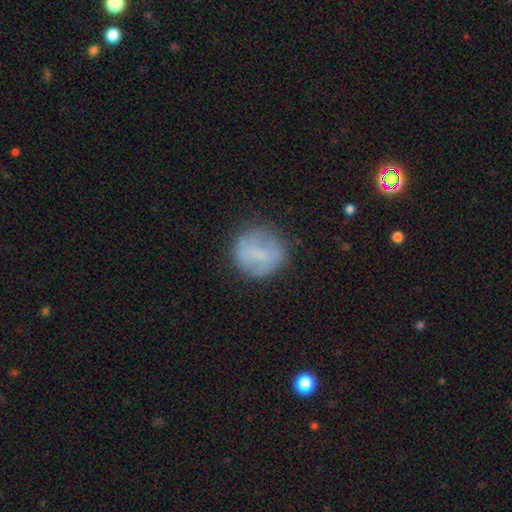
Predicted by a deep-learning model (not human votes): A smooth galaxy with no disk features (60%) that is round (86%).

Vote fractions:
- Smooth or featured? smooth: 60% / featured or disk: 30% / star or artifact: 11%
- How rounded? round: 86% / in between: 12% / cigar-shaped: 1%
- Merging? none: 81% / minor disturbance: 13% / major disturbance: 5% / merger: 1%